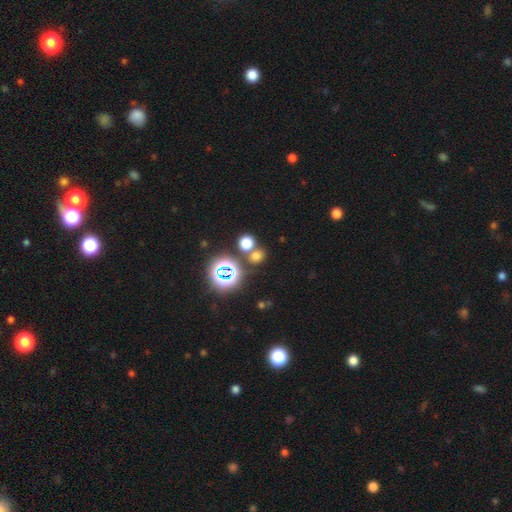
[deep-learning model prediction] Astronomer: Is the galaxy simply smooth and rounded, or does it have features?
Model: smooth — 64%.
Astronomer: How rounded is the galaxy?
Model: round — 76%.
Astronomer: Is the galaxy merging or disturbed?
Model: none — 69%.